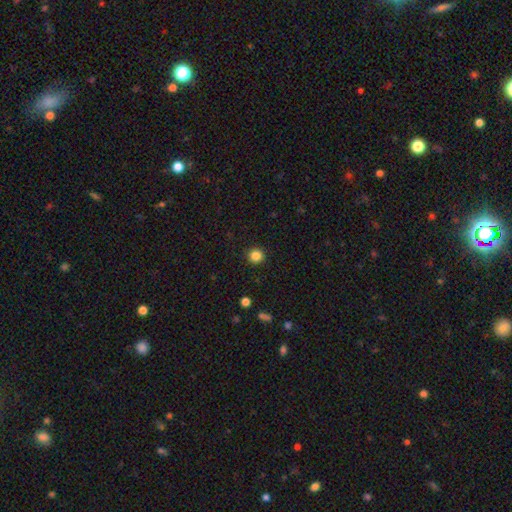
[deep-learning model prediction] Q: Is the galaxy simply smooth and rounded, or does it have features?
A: smooth — 85%.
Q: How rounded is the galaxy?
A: round — 94%.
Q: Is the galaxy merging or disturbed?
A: none — 93%.